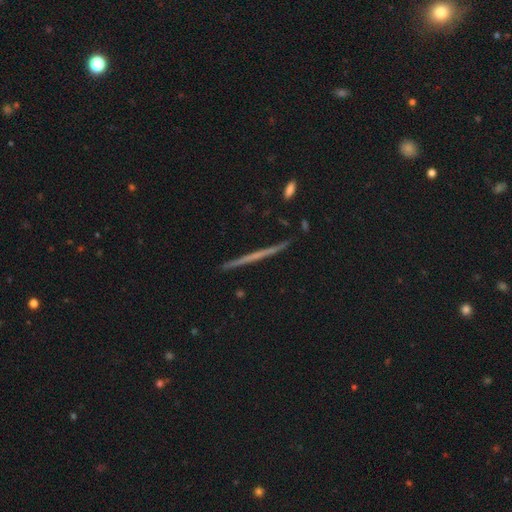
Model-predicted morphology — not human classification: A featured or disk galaxy (60%) viewed edge-on (98%) with no central bulge (84%).

Vote fractions:
- Smooth or featured? featured or disk: 60% / smooth: 32% / star or artifact: 9%
- Edge-on disk? yes: 98% / no: 2%
- Edge-on bulge? none: 84% / rounded: 12% / boxy: 4%
- Merging? none: 91% / minor disturbance: 6% / merger: 1% / major disturbance: 1%